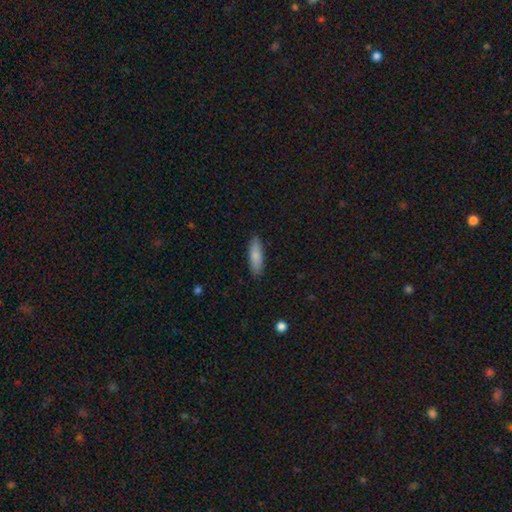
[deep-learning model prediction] The model was most divided on "how rounded": cigar-shaped: 59%, in between: 39%, round: 2%. More confident: merging — none (88%); smooth or featured — smooth (84%).